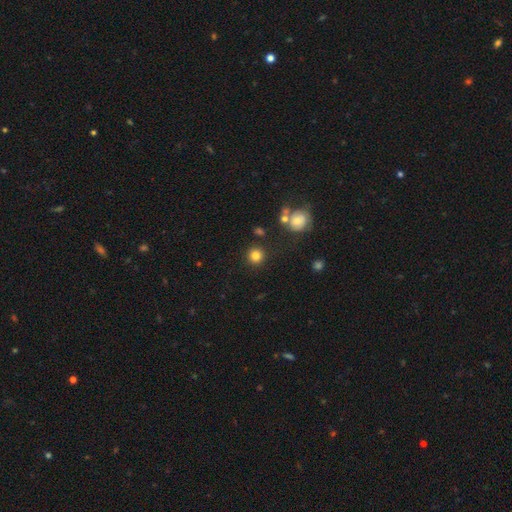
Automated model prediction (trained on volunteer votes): Smooth or featured?
  - smooth: 82% *
  - star or artifact: 12%
  - featured or disk: 6%
How rounded?
  - round: 93% *
  - in between: 6%
  - cigar-shaped: 1%
Merging?
  - none: 86% *
  - minor disturbance: 7%
  - merger: 4%
  - major disturbance: 3%